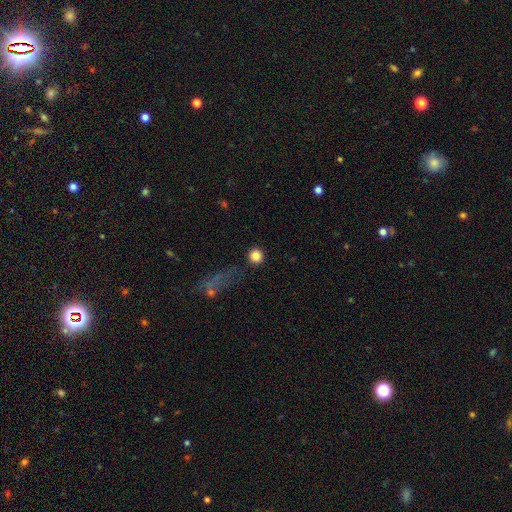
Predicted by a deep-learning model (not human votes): A smooth galaxy with no disk features (83%) that is round (94%). Merging: none (86%).